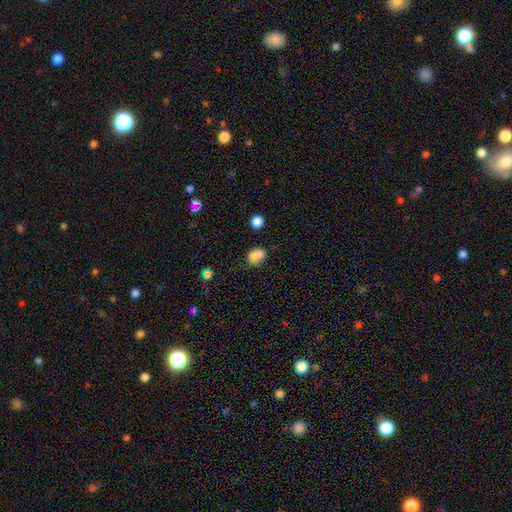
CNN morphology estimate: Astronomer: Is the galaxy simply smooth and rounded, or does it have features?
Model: smooth — 80%.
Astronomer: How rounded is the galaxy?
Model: in between — 66%.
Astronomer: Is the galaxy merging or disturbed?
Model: none — 50%.